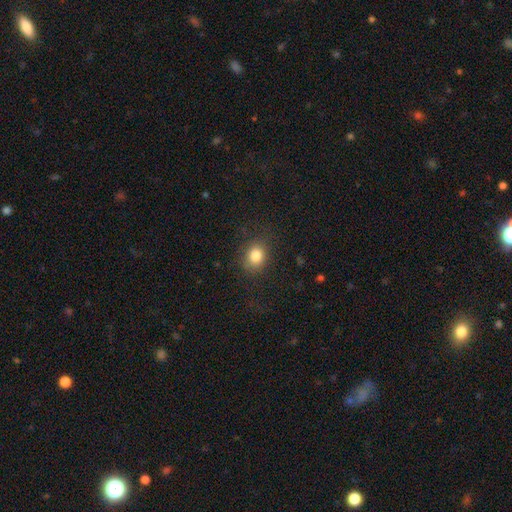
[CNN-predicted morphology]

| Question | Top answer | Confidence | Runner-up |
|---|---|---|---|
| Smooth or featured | smooth | 83% | star or artifact (11%) |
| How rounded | round | 62% | in between (37%) |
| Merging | none | 82% | minor disturbance (12%) |